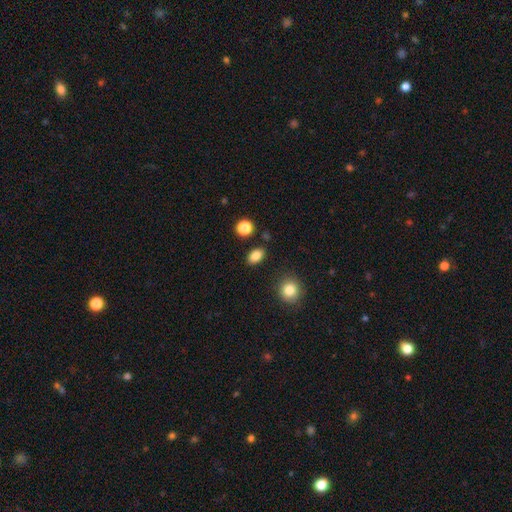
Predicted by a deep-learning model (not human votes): Overall: smooth (86%). How rounded: in between (82%). Merging: none (86%).